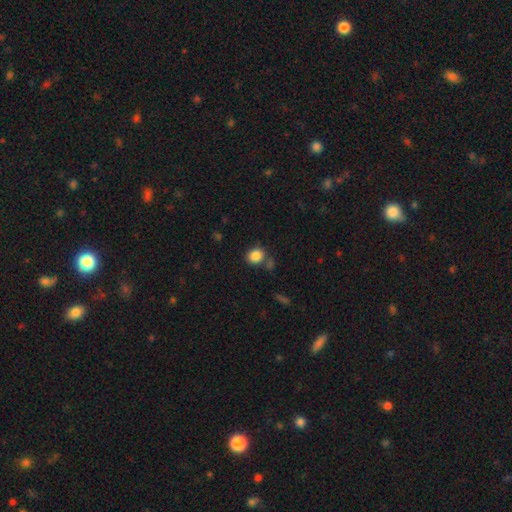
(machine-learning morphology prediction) smooth_or_featured: smooth (p=0.86) [alt: star or artifact p=0.09]
how_rounded: round (p=0.68) [alt: in between p=0.31]
merging: none (p=0.69) [alt: merger p=0.13]